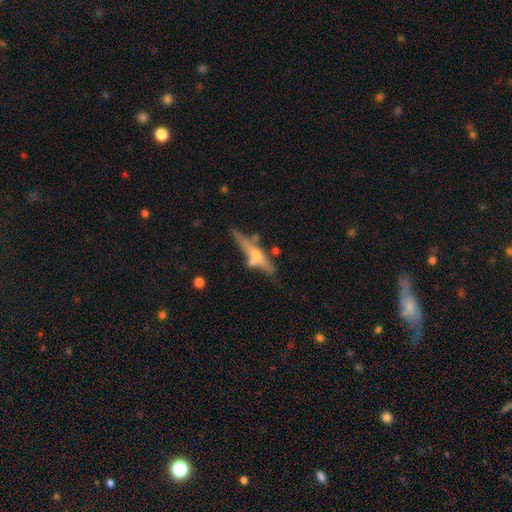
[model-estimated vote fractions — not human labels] Morphology: type=featured or disk (62%); edge-on=yes (88%); edge-on bulge=rounded (78%); merging=none (57%).